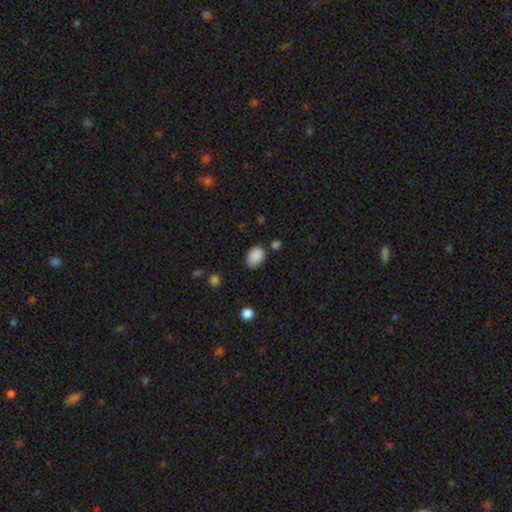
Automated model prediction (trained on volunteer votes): smooth 88%, star or artifact 8%, featured or disk 4%. Down the decision tree: how rounded — in between (81%); merging — none (75%).